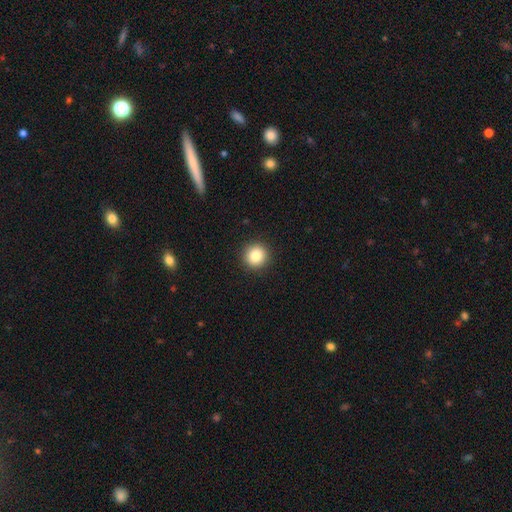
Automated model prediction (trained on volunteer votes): This is clearly a smooth galaxy (85%). How rounded: clearly round (95%). Merging: clearly none (93%).